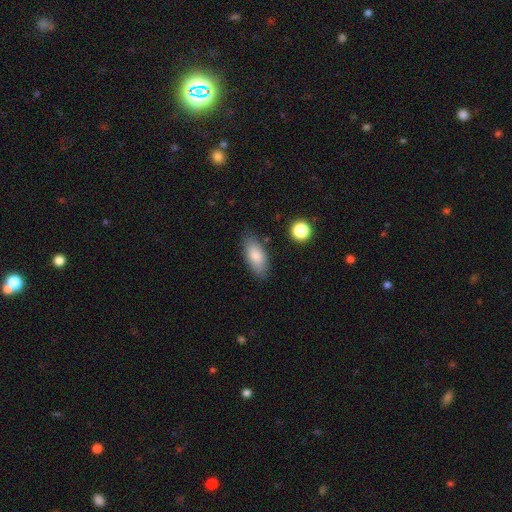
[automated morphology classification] smooth_or_featured: smooth (p=0.84) [alt: featured or disk p=0.10]
how_rounded: in between (p=0.86) [alt: cigar-shaped p=0.11]
merging: none (p=0.79) [alt: minor disturbance p=0.15]